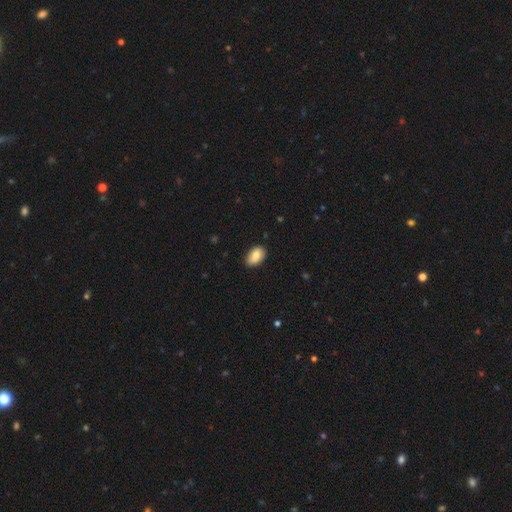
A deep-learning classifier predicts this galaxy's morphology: Smooth or featured? smooth (85%)
How rounded? in between (92%)
Merging? none (86%)